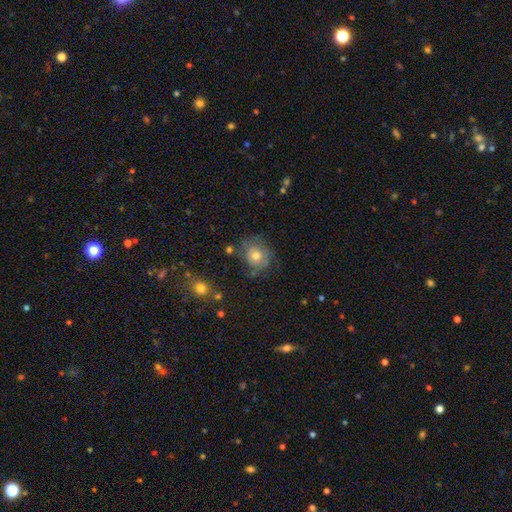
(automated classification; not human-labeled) Smooth or featured: smooth — 57% (featured or disk — 30%)
How rounded: round — 76% (in between — 23%)
Merging: none — 66% (minor disturbance — 22%)